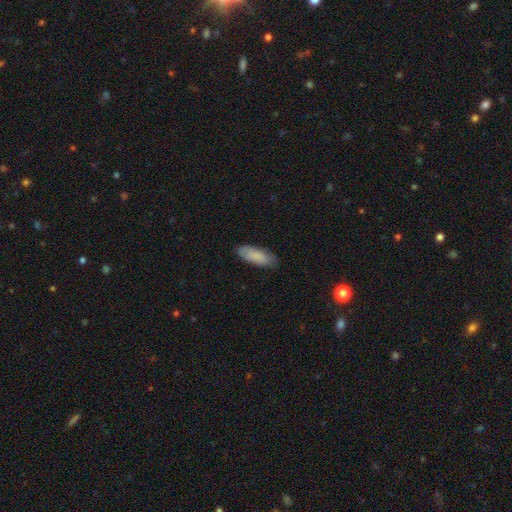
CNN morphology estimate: Smooth or featured?
  - smooth: 84% *
  - featured or disk: 10%
  - star or artifact: 6%
How rounded?
  - in between: 71% *
  - cigar-shaped: 27%
  - round: 2%
Merging?
  - none: 82% *
  - minor disturbance: 14%
  - major disturbance: 3%
  - merger: 1%